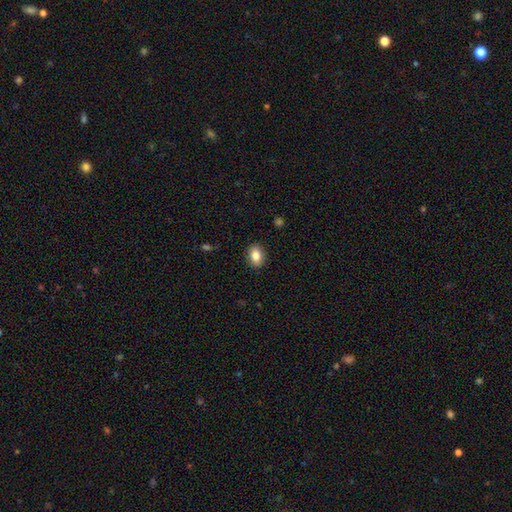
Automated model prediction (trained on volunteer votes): smooth_or_featured: smooth (p=0.85) [alt: star or artifact p=0.08]
how_rounded: in between (p=0.81) [alt: round p=0.17]
merging: none (p=0.89) [alt: minor disturbance p=0.08]